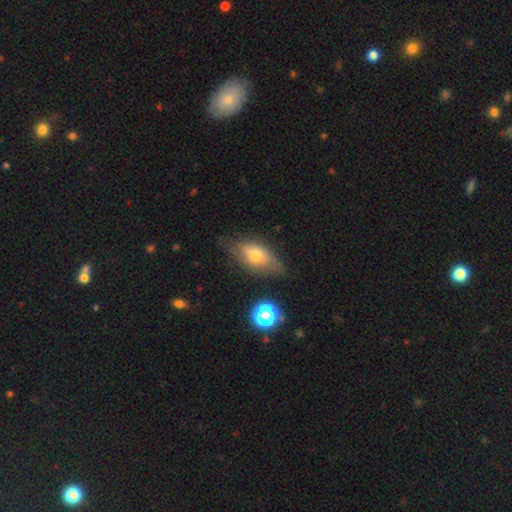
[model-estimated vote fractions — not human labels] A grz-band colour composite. It shows a smooth galaxy with no disk features (58%) that is in between round and cigar-shaped (83%). Merging: none (62%).